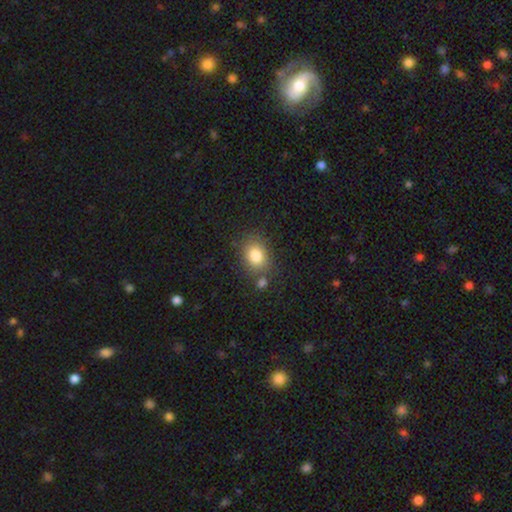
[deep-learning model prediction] Morphology: type=smooth (83%); roundness=in between (56%); merging=none (72%).